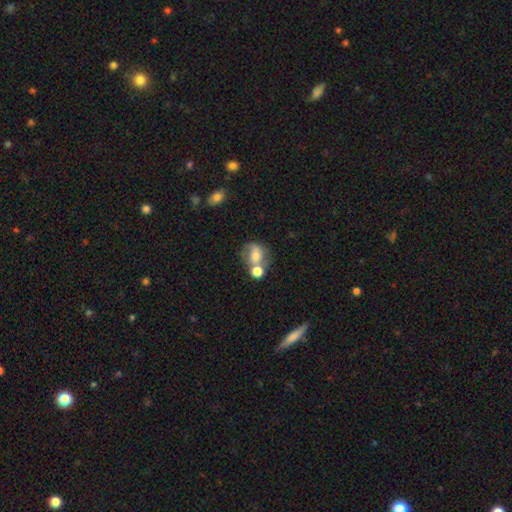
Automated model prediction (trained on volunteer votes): smooth_or_featured: smooth (p=0.49) [alt: featured or disk p=0.39]
merging: none (p=0.37) [alt: merger p=0.36]